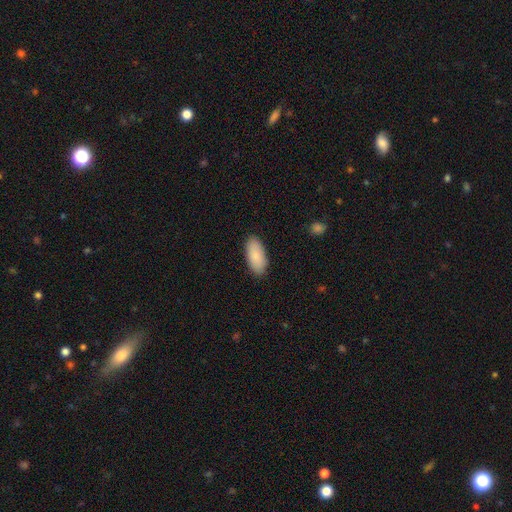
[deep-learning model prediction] This is clearly a smooth galaxy (89%). How rounded: clearly in between (90%). Merging: clearly none (89%).